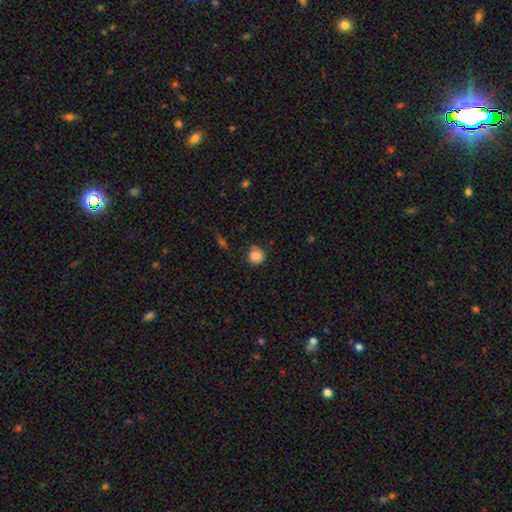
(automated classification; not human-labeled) The model was most divided on "merging": none: 81%, minor disturbance: 13%, merger: 3%, major disturbance: 3%. More confident: how rounded — round (90%); smooth or featured — smooth (84%).